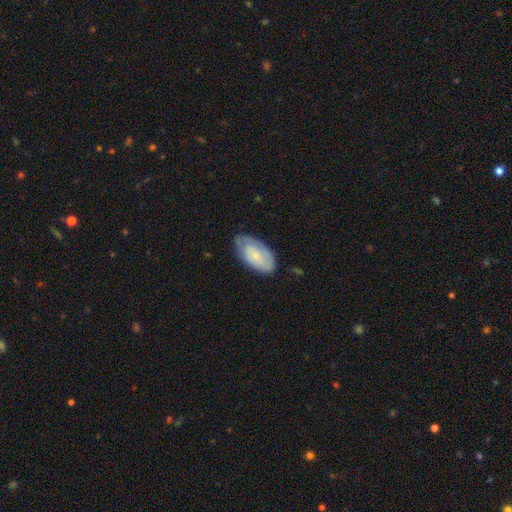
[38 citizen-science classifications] Overall: smooth (53%; featured or disk 45%). How rounded: in between (90%). Merging: none (76%).